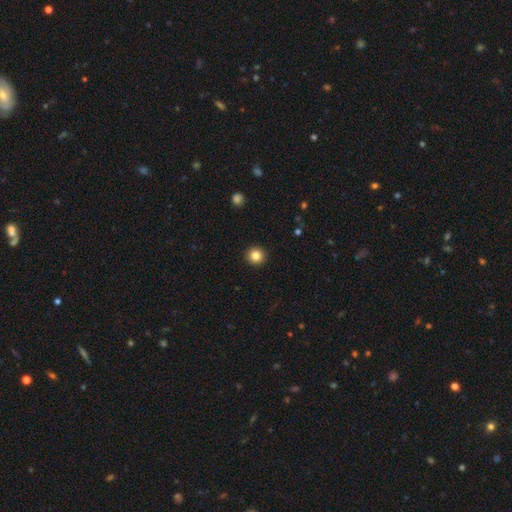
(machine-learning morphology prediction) The model was most divided on "smooth or featured": smooth: 84%, star or artifact: 11%, featured or disk: 5%. More confident: how rounded — round (95%); merging — none (94%).